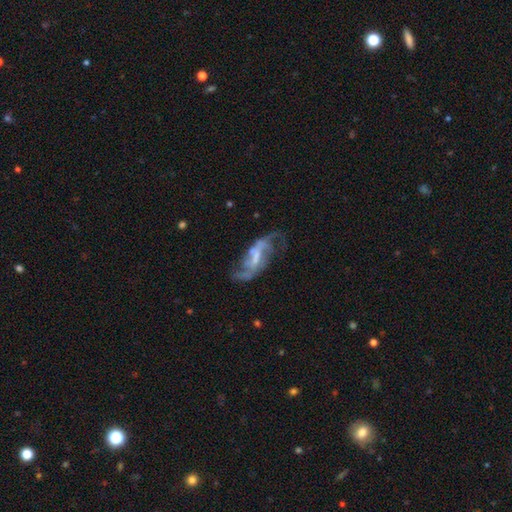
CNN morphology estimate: The model was most divided on "bulge size": small: 34%, none: 33%, moderate: 26%, large: 6%, dominant: 1%. Remaining: edge-on disk — no (94%); spiral arms — yes (88%); smooth or featured — featured or disk (80%); spiral arm count — 2 (78%); spiral winding — loose (60%); merging — none (52%); bar — weak (47%).